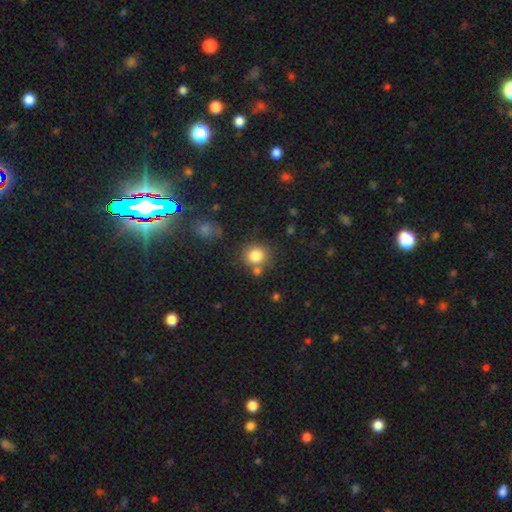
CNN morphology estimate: smooth_or_featured: smooth (p=0.82) [alt: star or artifact p=0.11]
how_rounded: round (p=0.86) [alt: in between p=0.13]
merging: none (p=0.73) [alt: merger p=0.13]